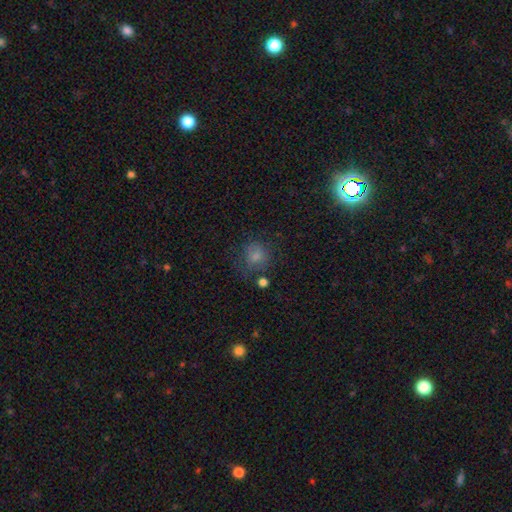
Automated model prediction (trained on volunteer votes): This appears to be a smooth galaxy with no disk features (56%) that is round (81%). Merging: none (69%).